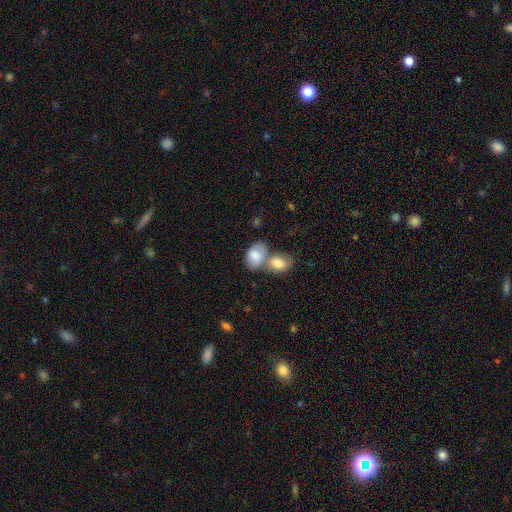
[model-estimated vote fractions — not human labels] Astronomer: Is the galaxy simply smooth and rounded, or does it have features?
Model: smooth — 80%.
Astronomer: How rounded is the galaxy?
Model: in between — 85%.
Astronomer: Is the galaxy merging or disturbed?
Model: merger — 56%.